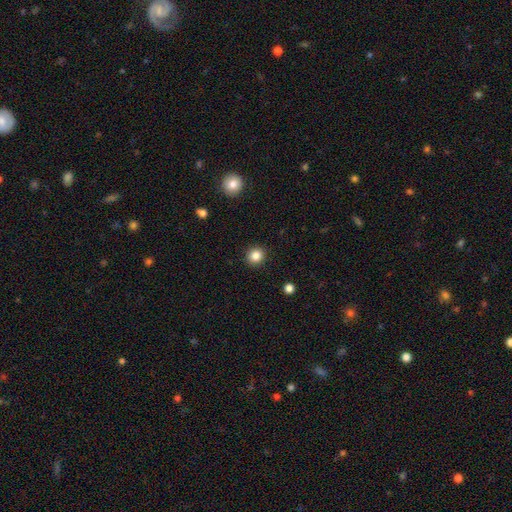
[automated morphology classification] This is clearly a smooth galaxy (85%). How rounded: clearly round (90%). Merging: clearly none (92%).